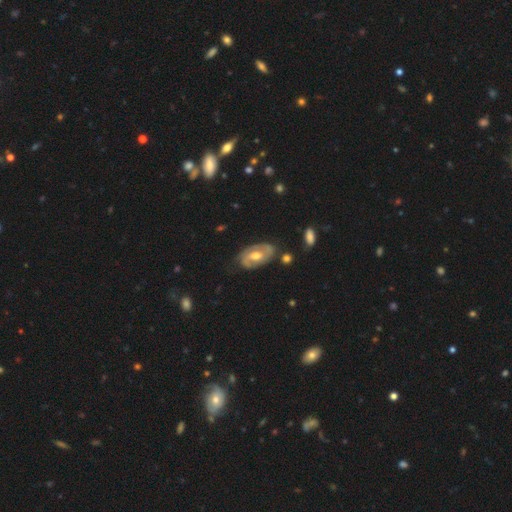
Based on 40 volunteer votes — Smooth or featured?
  - featured or disk: 72% *
  - smooth: 15%
  - star or artifact: 12%
Edge-on disk?
  - no: 90% *
  - yes: 10%
Bar?
  - no: 46% *
  - weak: 42%
  - strong: 12%
Spiral arms?
  - yes: 100% *
  - no: 0%
Spiral winding?
  - medium: 50% *
  - tight: 27%
  - loose: 23%
Spiral arm count?
  - 2: 77% *
  - can't tell: 12%
  - 1: 8%
  - 3: 4%
  - 4: 0%
  - more than 4: 0%
Bulge size?
  - moderate: 88% *
  - small: 12%
  - dominant: 0%
  - large: 0%
  - none: 0%
Merging?
  - none: 66% *
  - minor disturbance: 29%
  - major disturbance: 6%
  - merger: 0%